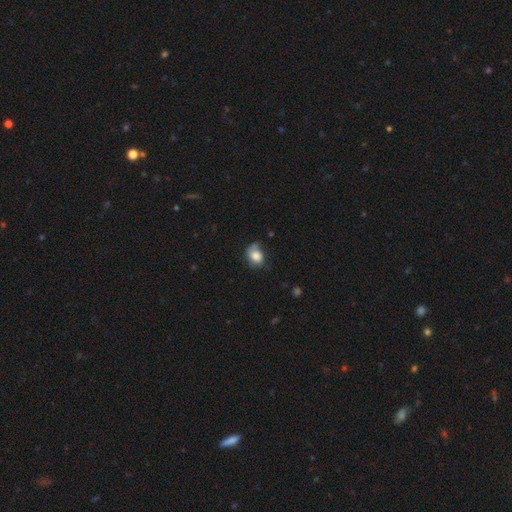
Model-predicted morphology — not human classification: A smooth galaxy with no disk features (78%) that is in between round and cigar-shaped (58%). Merging: none (47%).